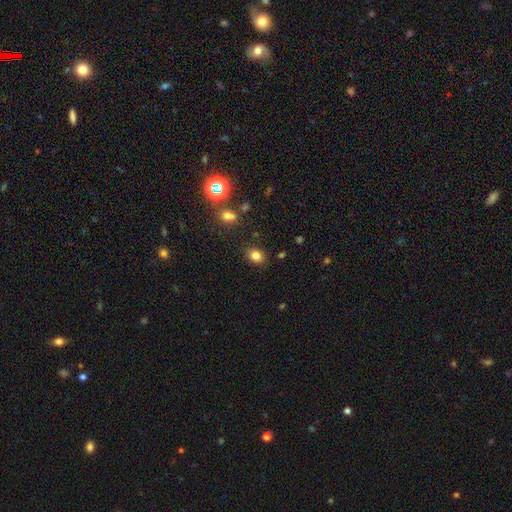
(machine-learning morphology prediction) Smooth or featured? Predicted: smooth (p=0.80). How rounded? Predicted: in between (p=0.52). Merging? Predicted: none (p=0.85).